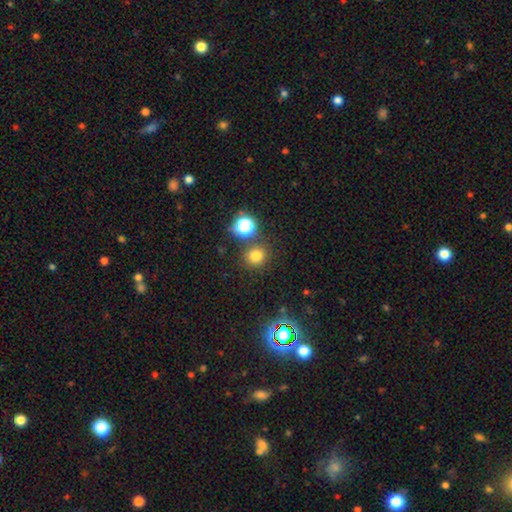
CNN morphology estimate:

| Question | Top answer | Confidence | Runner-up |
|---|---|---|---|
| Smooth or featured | smooth | 72% | star or artifact (22%) |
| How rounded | round | 89% | in between (10%) |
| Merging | none | 82% | minor disturbance (8%) |